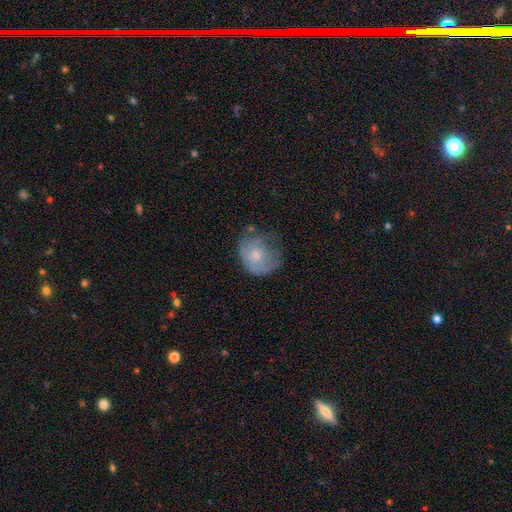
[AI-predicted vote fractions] Smooth or featured? smooth (52%)
How rounded? round (67%)
Merging? none (42%)